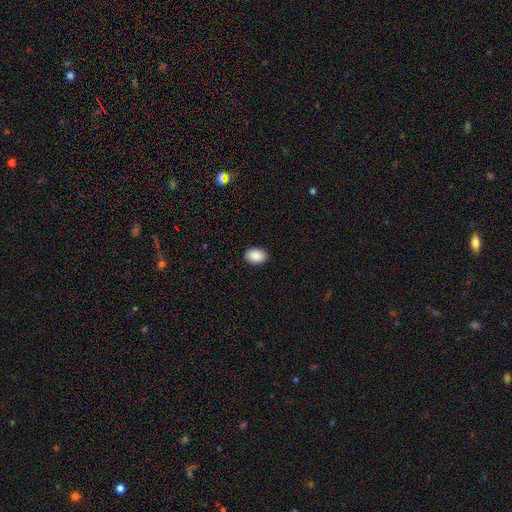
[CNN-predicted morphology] smooth-or-featured: smooth: 90% | star or artifact: 7% | featured or disk: 3%
  how-rounded: in between: 87% | round: 12% | cigar-shaped: 1%
  merging: none: 90% | minor disturbance: 8% | major disturbance: 2% | merger: 1%